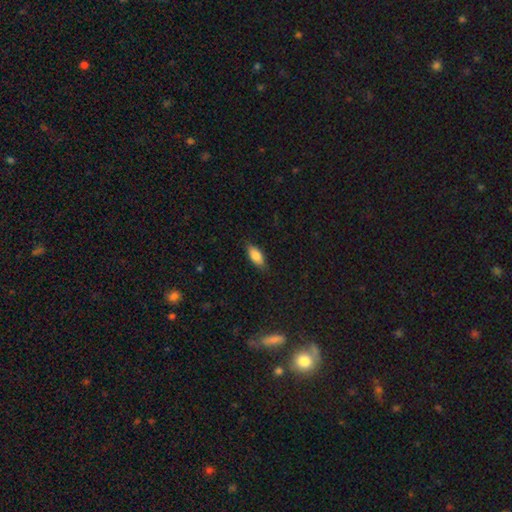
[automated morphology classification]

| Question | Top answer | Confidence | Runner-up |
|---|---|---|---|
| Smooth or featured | smooth | 81% | featured or disk (12%) |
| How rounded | in between | 83% | cigar-shaped (14%) |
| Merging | none | 82% | minor disturbance (14%) |